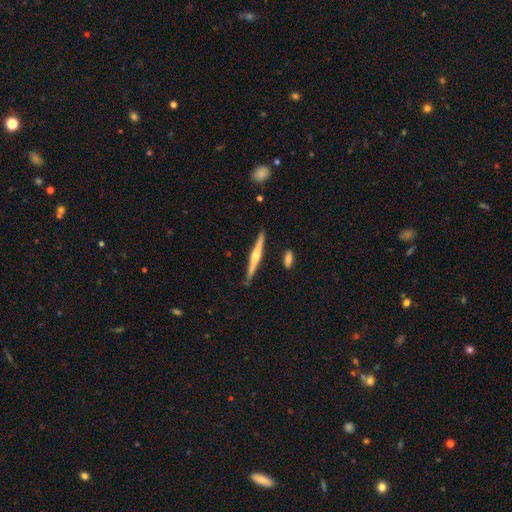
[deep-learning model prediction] Smooth or featured? featured or disk (67%)
Edge-on disk? yes (98%)
Edge-on bulge? rounded (83%)
Merging? none (89%)